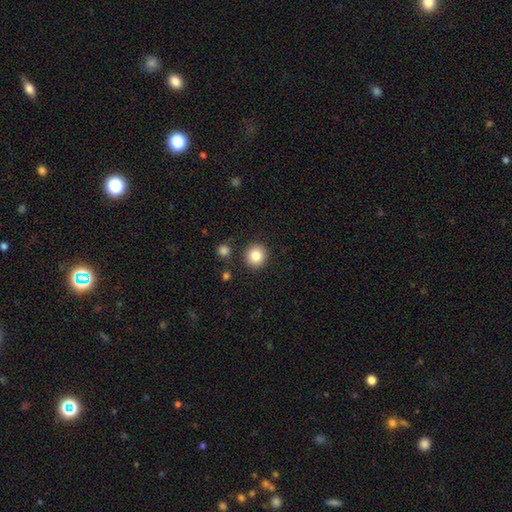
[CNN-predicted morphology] This appears to be a smooth galaxy with no disk features (85%) that is round (90%). Merging: none (88%).